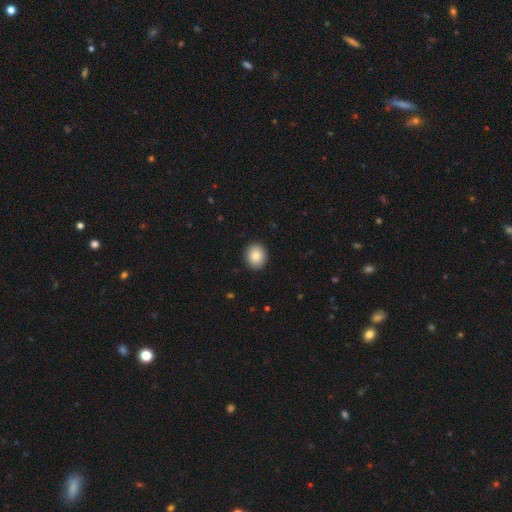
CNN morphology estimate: Smooth or featured?
  - smooth: 87% *
  - star or artifact: 8%
  - featured or disk: 5%
How rounded?
  - round: 65% *
  - in between: 34%
  - cigar-shaped: 1%
Merging?
  - none: 91% *
  - minor disturbance: 6%
  - major disturbance: 2%
  - merger: 1%